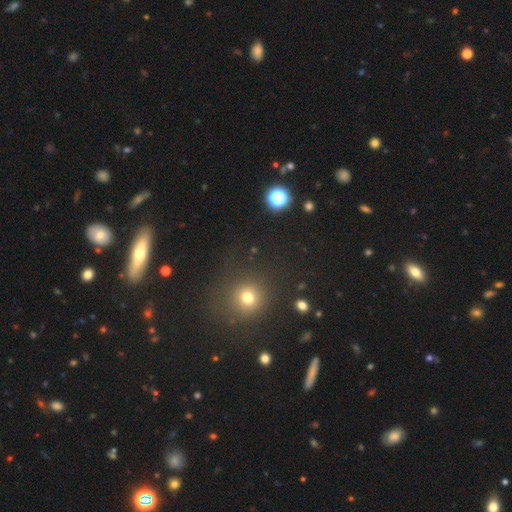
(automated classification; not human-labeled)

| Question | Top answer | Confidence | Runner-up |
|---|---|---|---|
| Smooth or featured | smooth | 51% | star or artifact (40%) |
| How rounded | round | 89% | in between (9%) |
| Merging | none | 87% | minor disturbance (7%) |